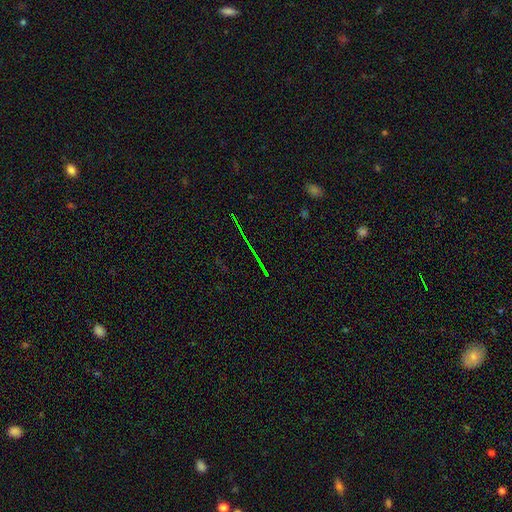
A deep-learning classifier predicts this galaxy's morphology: The model was most divided on "smooth or featured": star or artifact: 77%, featured or disk: 14%, smooth: 9%.